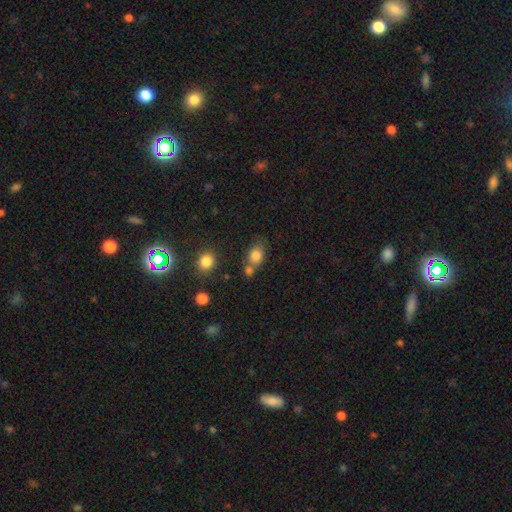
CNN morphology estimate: The model was most divided on "how rounded": in between: 57%, round: 41%, cigar-shaped: 2%. More confident: smooth or featured — smooth (81%); merging — none (50%).